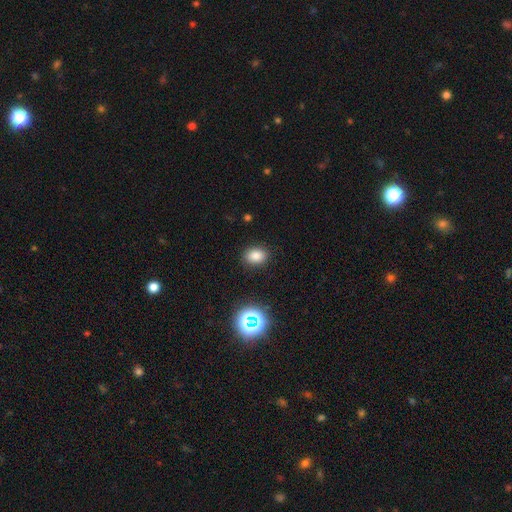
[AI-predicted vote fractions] Smooth or featured: smooth — 80% (star or artifact — 15%)
How rounded: in between — 62% (round — 37%)
Merging: none — 87% (minor disturbance — 9%)